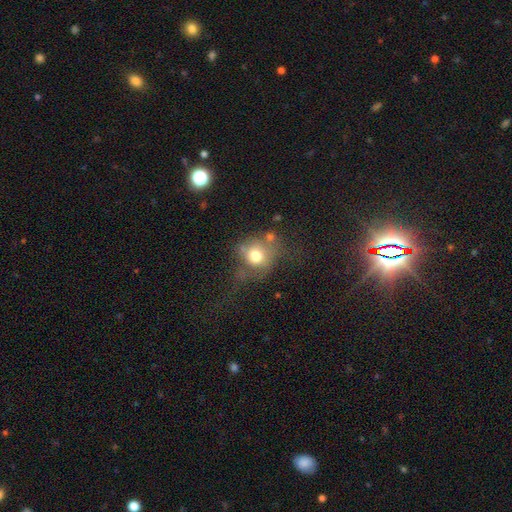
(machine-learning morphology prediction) Overall: smooth (70%). How rounded: round (72%). Merging: none (39%; major disturbance 27%).